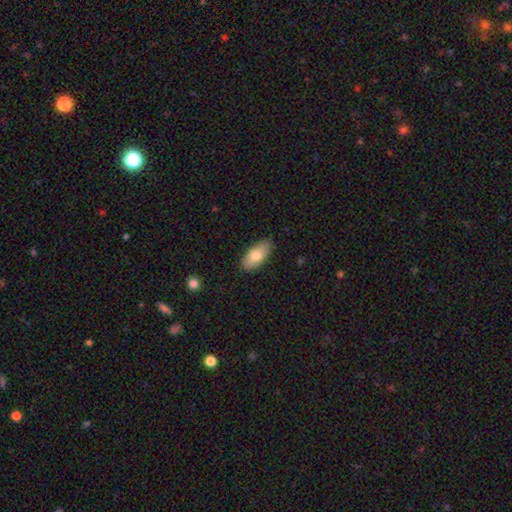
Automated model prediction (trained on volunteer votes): This is likely a smooth galaxy (77%). How rounded: clearly in between (92%). Merging: clearly none (84%).